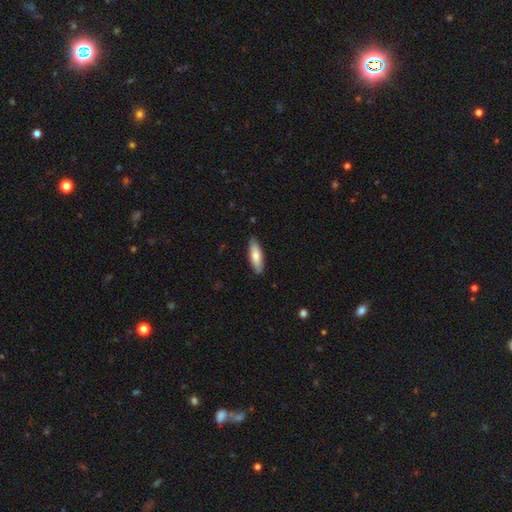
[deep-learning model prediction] Smooth or featured? smooth (72%)
How rounded? cigar-shaped (51%)
Merging? none (87%)